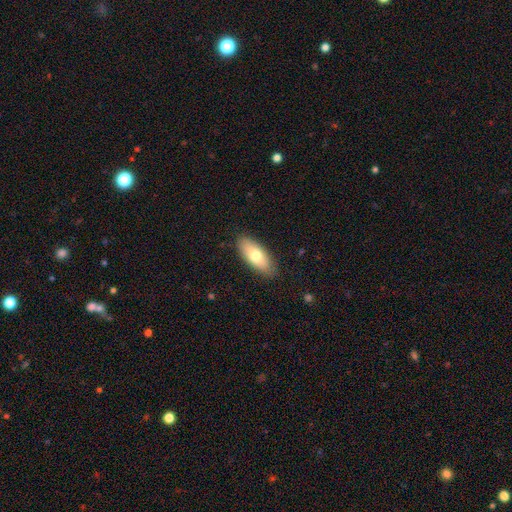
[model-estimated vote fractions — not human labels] The model was most divided on "smooth or featured": smooth: 71%, featured or disk: 23%, star or artifact: 6%. More confident: merging — none (86%); how rounded — in between (83%).